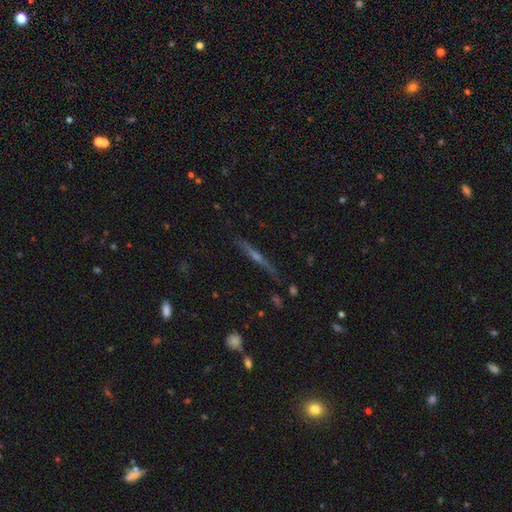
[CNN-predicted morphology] Smooth or featured? featured or disk (68%)
Edge-on disk? yes (95%)
Edge-on bulge? rounded (70%)
Merging? none (82%)